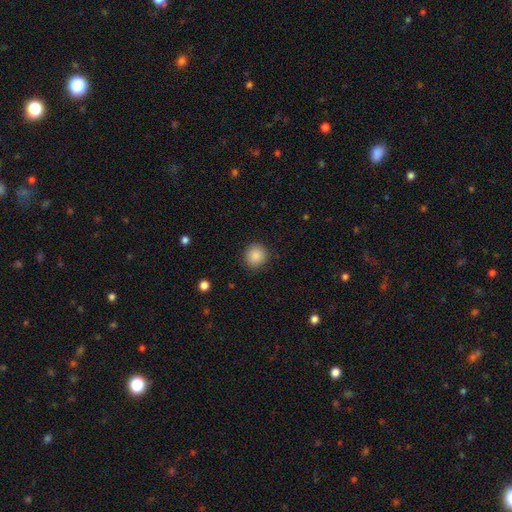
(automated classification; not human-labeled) Smooth or featured? smooth (88%)
How rounded? round (90%)
Merging? none (89%)